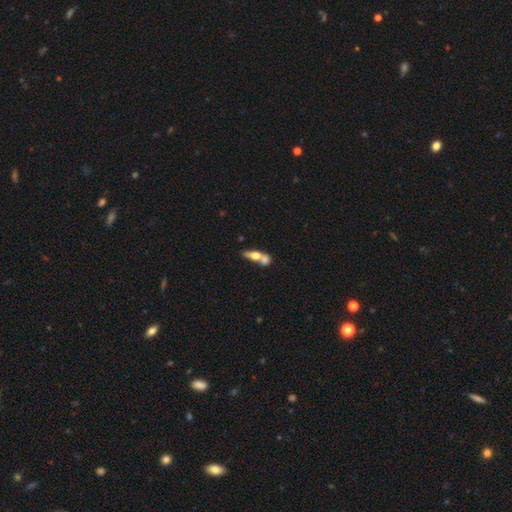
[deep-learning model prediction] The model was most divided on "smooth or featured": smooth: 52%, featured or disk: 40%, star or artifact: 7%. More confident: merging — merger (57%); how rounded — in between (51%).